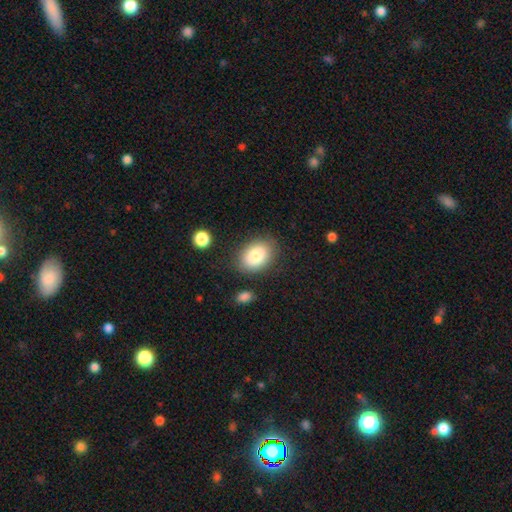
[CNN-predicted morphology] A smooth galaxy with no disk features (83%) that is in between round and cigar-shaped (80%). Merging: none (81%).